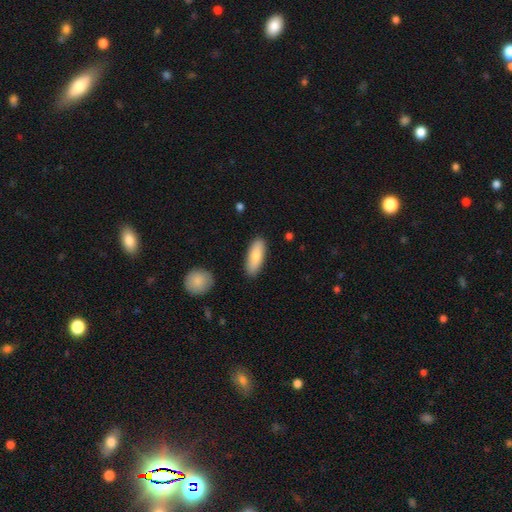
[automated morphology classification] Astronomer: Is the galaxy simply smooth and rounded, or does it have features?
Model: smooth — 80%.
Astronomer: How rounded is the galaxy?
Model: in between — 68%.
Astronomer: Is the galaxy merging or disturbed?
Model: none — 87%.